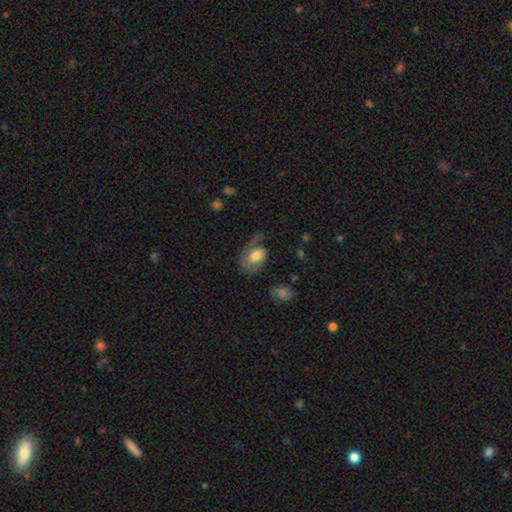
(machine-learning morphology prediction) The model was most divided on "merging": none: 39%, major disturbance: 32%, minor disturbance: 27%, merger: 3%. More confident: how rounded — in between (83%); smooth or featured — smooth (58%).